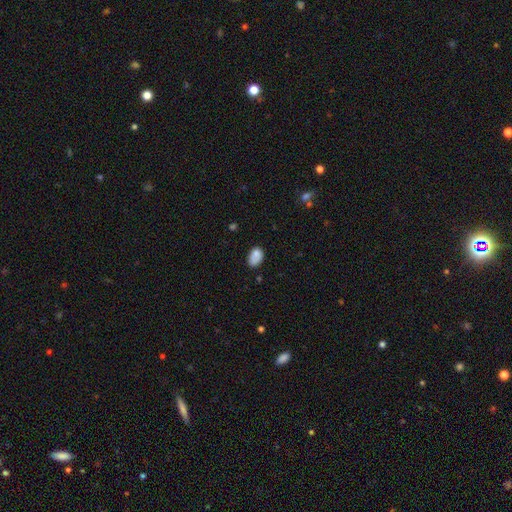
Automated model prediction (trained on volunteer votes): A smooth galaxy with no disk features (79%) that is in between round and cigar-shaped (85%). Merging: none (54%).